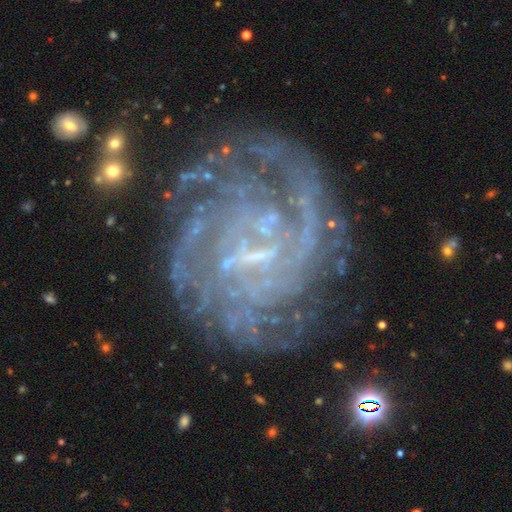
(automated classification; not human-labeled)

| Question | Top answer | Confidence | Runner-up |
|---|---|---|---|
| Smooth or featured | featured or disk | 84% | star or artifact (9%) |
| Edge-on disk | no | 98% | yes (2%) |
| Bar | weak | 49% | no (30%) |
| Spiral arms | yes | 91% | no (9%) |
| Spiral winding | tight | 64% | medium (28%) |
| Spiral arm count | can't tell | 42% | 2 (14%) |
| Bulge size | small | 47% | none (39%) |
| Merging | none | 66% | minor disturbance (17%) |